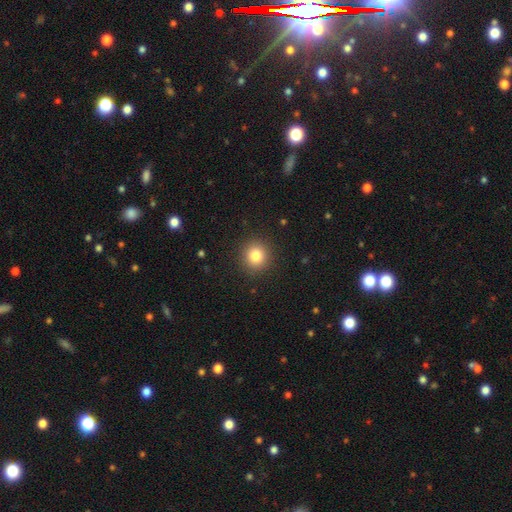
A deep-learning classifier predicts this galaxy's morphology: smooth 82%, star or artifact 11%, featured or disk 7%. Down the decision tree: how rounded — round (89%); merging — none (91%).